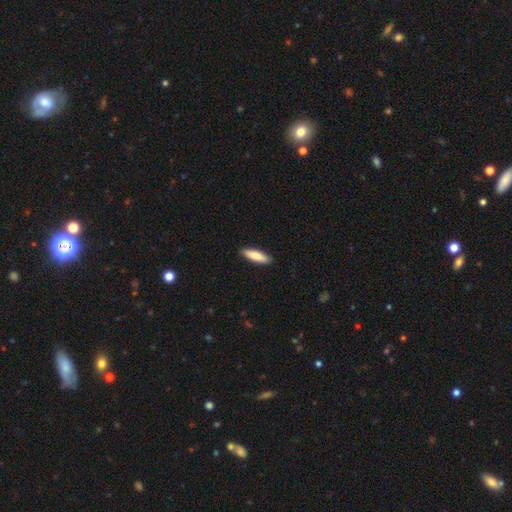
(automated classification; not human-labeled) Smooth or featured: smooth — 79% (featured or disk — 16%)
How rounded: cigar-shaped — 61% (in between — 38%)
Merging: none — 90% (minor disturbance — 7%)